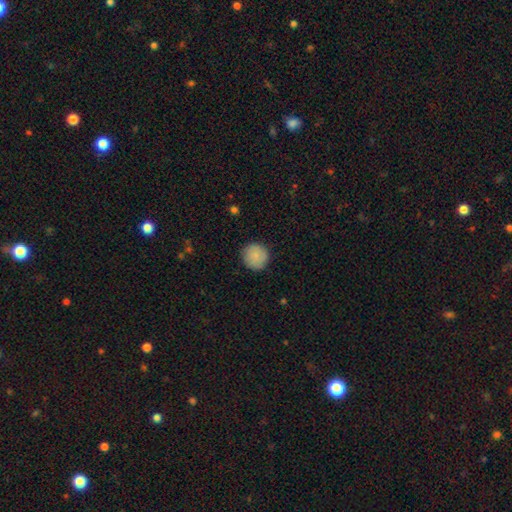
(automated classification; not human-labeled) Overall: smooth (86%). How rounded: round (93%). Merging: none (88%).